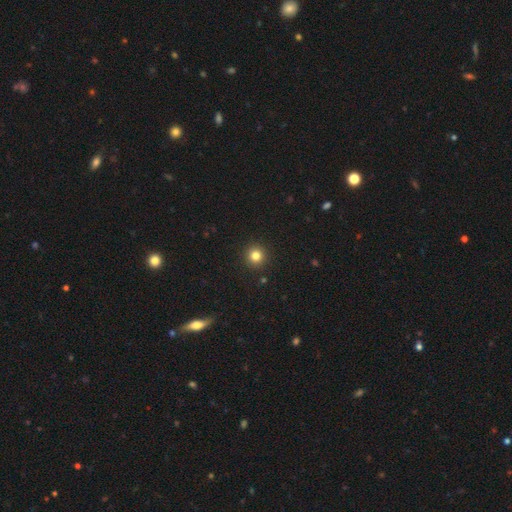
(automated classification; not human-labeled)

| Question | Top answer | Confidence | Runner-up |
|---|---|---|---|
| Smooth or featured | smooth | 81% | star or artifact (13%) |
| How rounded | round | 95% | in between (4%) |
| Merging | none | 93% | minor disturbance (4%) |